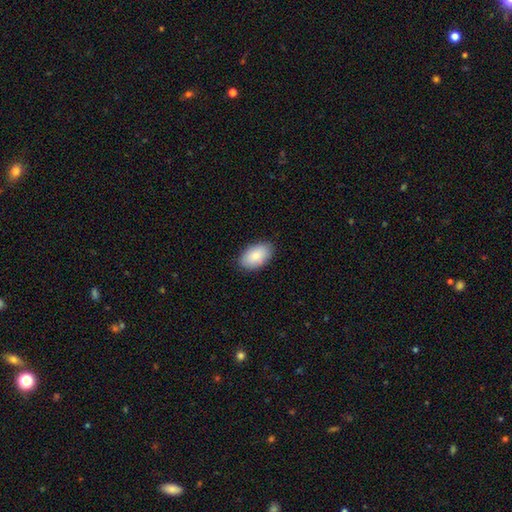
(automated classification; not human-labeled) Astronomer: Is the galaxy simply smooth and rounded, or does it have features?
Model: smooth — 86%.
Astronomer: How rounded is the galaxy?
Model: in between — 93%.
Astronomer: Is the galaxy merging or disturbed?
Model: none — 86%.